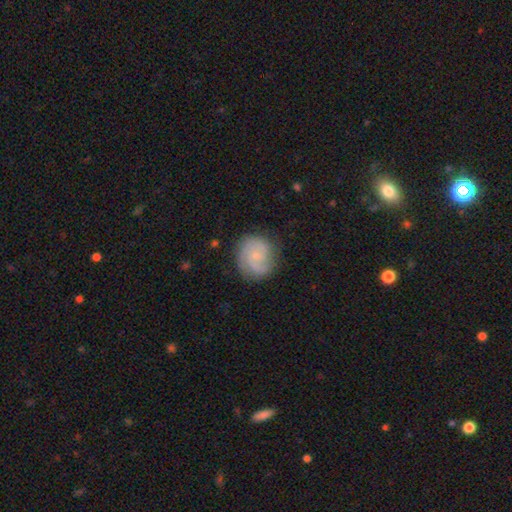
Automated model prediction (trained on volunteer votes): A featured or disk galaxy (66%) with no bar (69%), 2 (51%) tight (50%) spiral arms (93%) and a small central bulge (70%). Merging: none (77%).